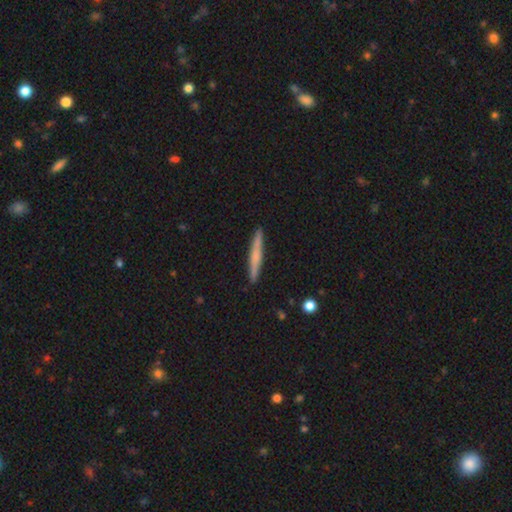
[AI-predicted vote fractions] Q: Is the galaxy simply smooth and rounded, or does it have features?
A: smooth — 53%.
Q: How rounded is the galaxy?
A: cigar-shaped — 96%.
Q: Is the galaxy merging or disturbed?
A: none — 92%.